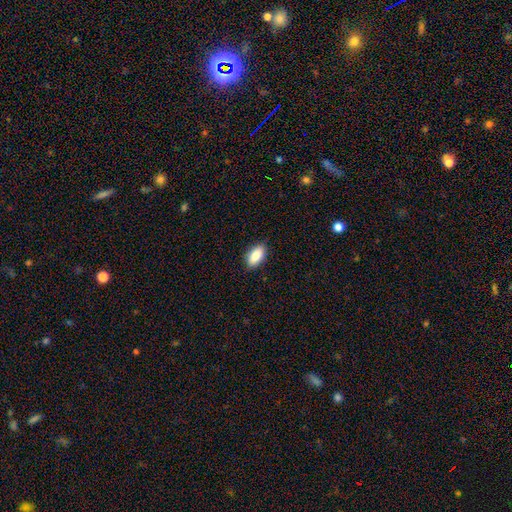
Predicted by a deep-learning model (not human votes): smooth-or-featured: smooth: 87% | star or artifact: 7% | featured or disk: 6%
  how-rounded: in between: 92% | cigar-shaped: 5% | round: 3%
  merging: none: 88% | minor disturbance: 9% | major disturbance: 2% | merger: 1%